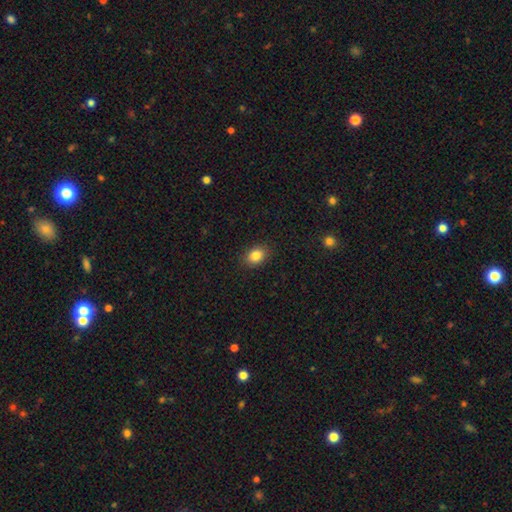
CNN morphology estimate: Smooth or featured? Predicted: smooth (p=0.85). How rounded? Predicted: in between (p=0.67). Merging? Predicted: none (p=0.89).